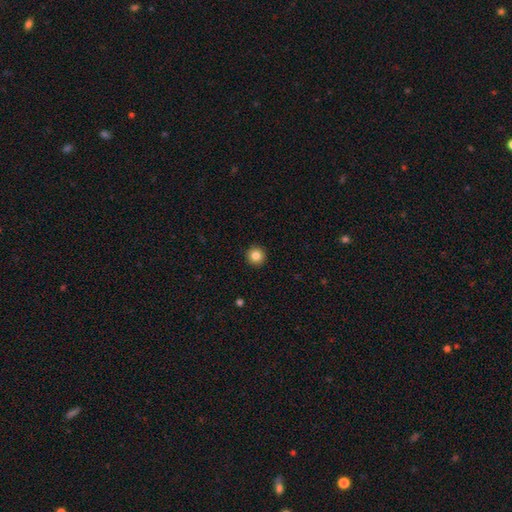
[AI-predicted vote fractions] smooth_or_featured: smooth (p=0.84) [alt: star or artifact p=0.10]
how_rounded: round (p=0.96) [alt: in between p=0.03]
merging: none (p=0.93) [alt: minor disturbance p=0.04]